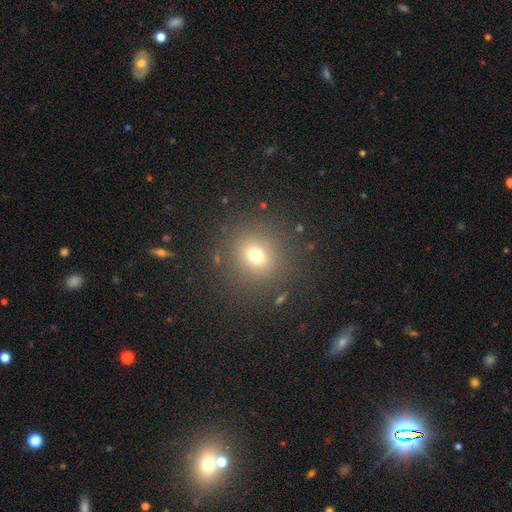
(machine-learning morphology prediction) This appears to be a smooth galaxy with no disk features (70%) that is round (85%). Merging: none (84%).